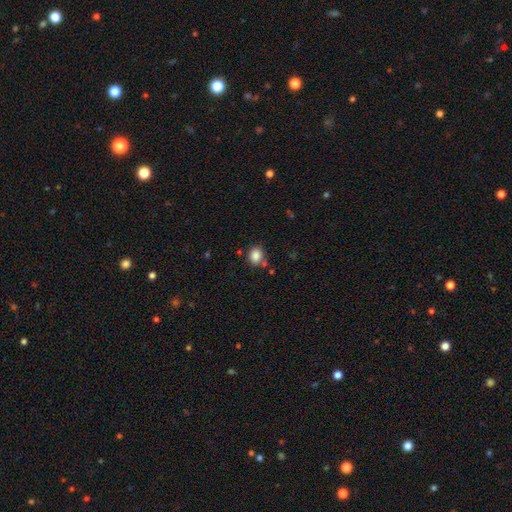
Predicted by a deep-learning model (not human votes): smooth 85%, star or artifact 10%, featured or disk 5%. Down the decision tree: how rounded — round (59%); merging — none (73%).